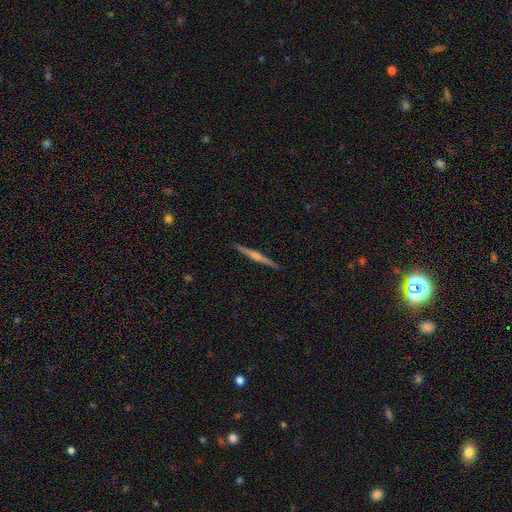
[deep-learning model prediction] Overall: featured or disk (77%). Edge-on disk: yes (98%). Edge-on bulge: rounded (76%). Merging: none (93%).